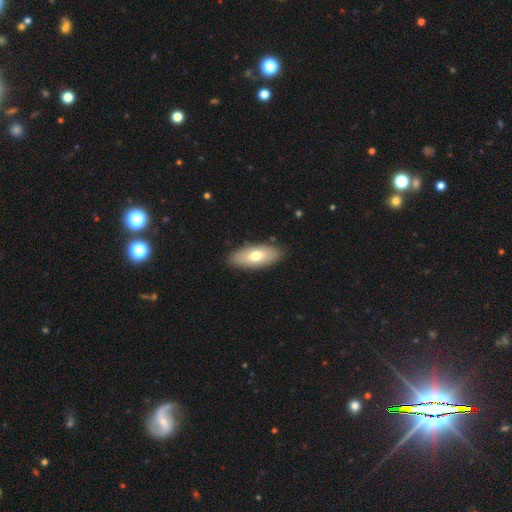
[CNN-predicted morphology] smooth-or-featured: smooth: 71% | featured or disk: 24% | star or artifact: 6%
  how-rounded: in between: 84% | cigar-shaped: 14% | round: 2%
  merging: none: 87% | minor disturbance: 9% | major disturbance: 2% | merger: 1%